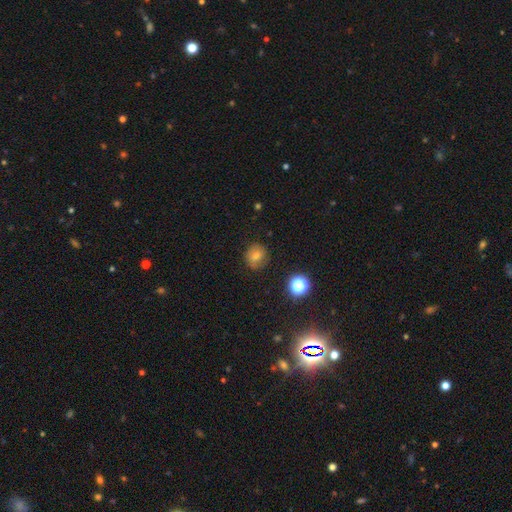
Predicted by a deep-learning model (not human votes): smooth_or_featured: smooth (p=0.70) [alt: featured or disk p=0.15]
how_rounded: round (p=0.78) [alt: in between p=0.21]
merging: none (p=0.77) [alt: minor disturbance p=0.17]